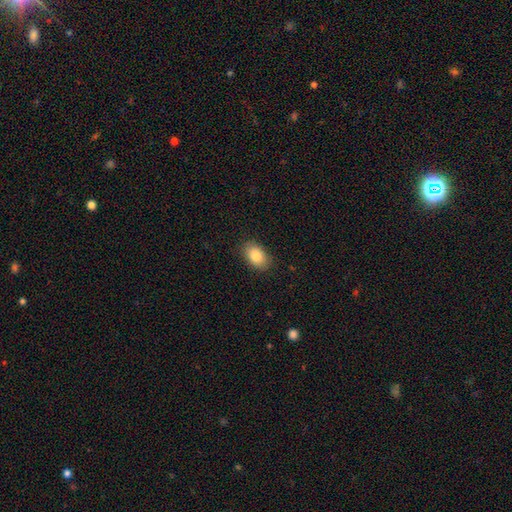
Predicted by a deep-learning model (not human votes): The model was most divided on "smooth or featured": smooth: 85%, featured or disk: 8%, star or artifact: 7%. More confident: how rounded — in between (89%); merging — none (87%).